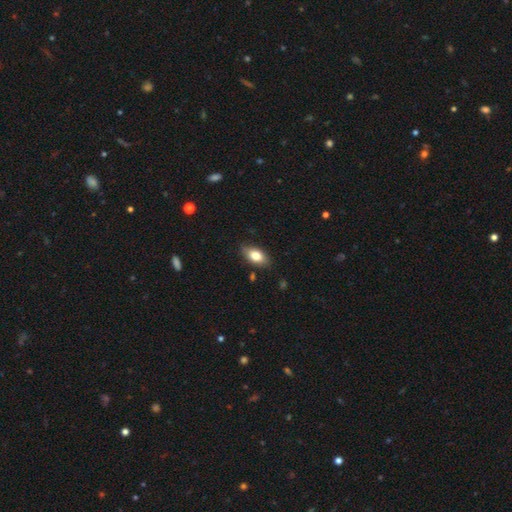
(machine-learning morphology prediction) smooth-or-featured: smooth: 78% | featured or disk: 14% | star or artifact: 7%
  how-rounded: in between: 90% | round: 6% | cigar-shaped: 4%
  merging: none: 80% | minor disturbance: 16% | major disturbance: 3% | merger: 2%